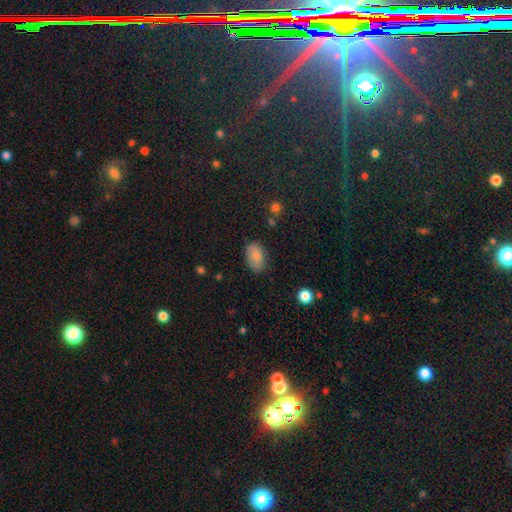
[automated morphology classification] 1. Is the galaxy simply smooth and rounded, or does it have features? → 84% smooth, 9% featured or disk, 8% star or artifact.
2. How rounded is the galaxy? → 91% in between, 8% round, 1% cigar-shaped.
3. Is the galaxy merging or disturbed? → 80% none, 15% minor disturbance, 3% major disturbance, 2% merger.